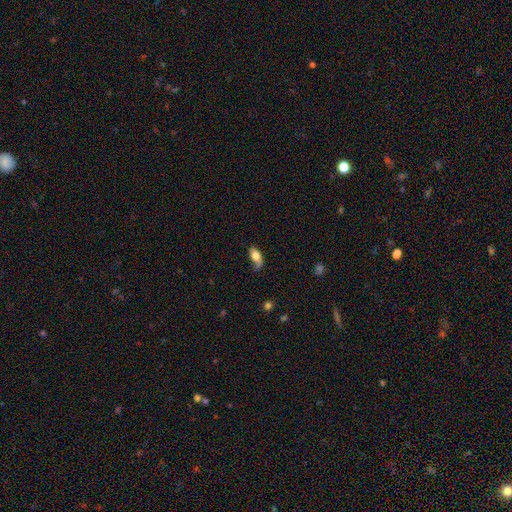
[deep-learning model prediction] Smooth or featured? Predicted: smooth (p=0.69). How rounded? Predicted: in between (p=0.86). Merging? Predicted: none (p=0.44).